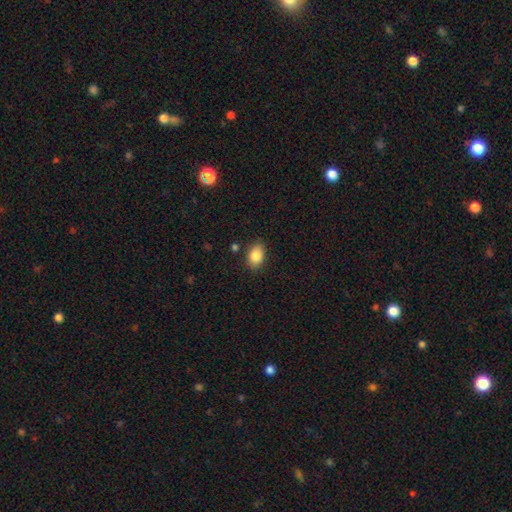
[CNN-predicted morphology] A smooth galaxy with no disk features (86%) that is in between round and cigar-shaped (80%). Merging: none (83%).